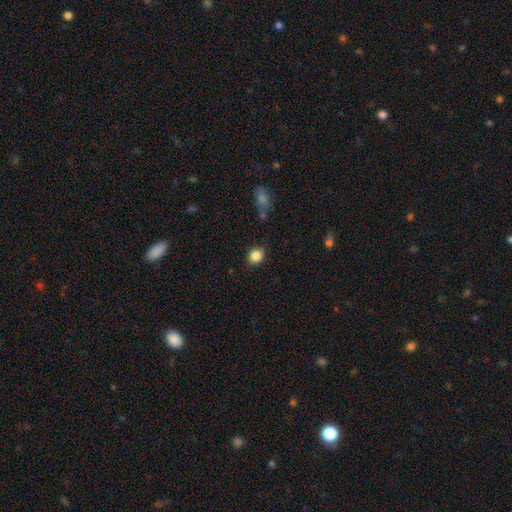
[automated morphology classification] The model was most divided on "how rounded": round: 58%, in between: 41%, cigar-shaped: 1%. More confident: smooth or featured — smooth (85%); merging — none (84%).